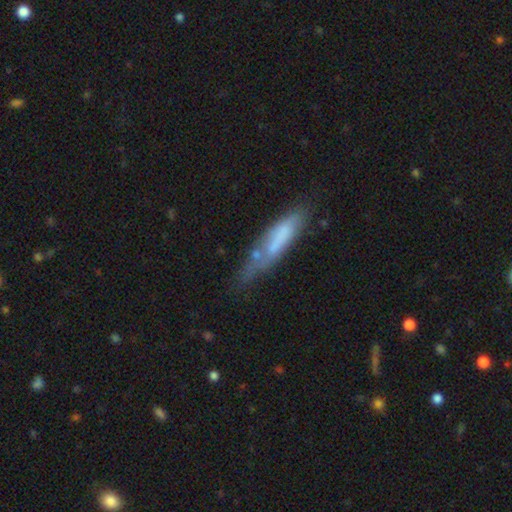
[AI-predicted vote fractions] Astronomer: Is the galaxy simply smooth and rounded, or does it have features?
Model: smooth — 60%.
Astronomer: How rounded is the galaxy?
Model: cigar-shaped — 74%.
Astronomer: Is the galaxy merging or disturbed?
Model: none — 50% (runner-up: minor disturbance, 28%).